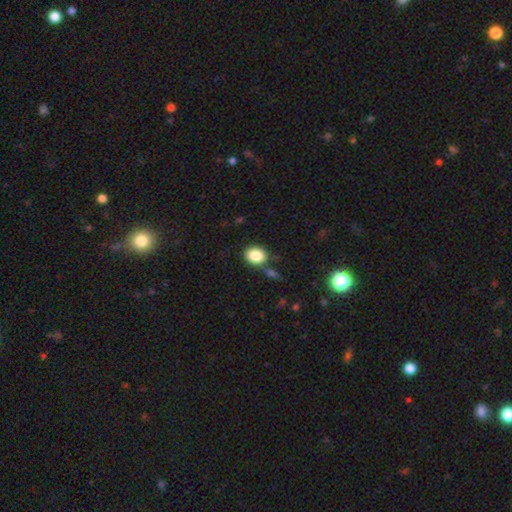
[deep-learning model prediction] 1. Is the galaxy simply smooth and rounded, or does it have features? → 85% smooth, 9% star or artifact, 6% featured or disk.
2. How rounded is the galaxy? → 50% round, 49% in between, 1% cigar-shaped.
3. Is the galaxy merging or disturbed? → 68% none, 14% minor disturbance, 13% merger, 5% major disturbance.